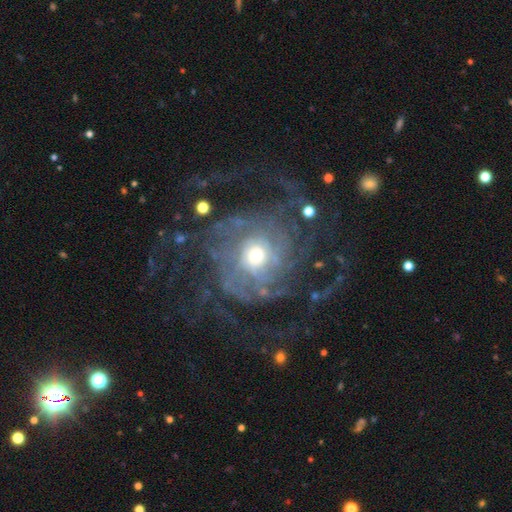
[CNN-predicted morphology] smooth-or-featured: featured or disk: 87% | star or artifact: 7% | smooth: 6%
  disk-edge-on: no: 97% | yes: 3%
    bar: no: 78% | weak: 17% | strong: 5%
    has-spiral-arms: yes: 93% | no: 7%
      spiral-winding: tight: 44% | medium: 35% | loose: 22%
      spiral-arm-count: can't tell: 29% | 4: 16% | 3: 16% | more than 4: 15% | 2: 14% | 1: 9%
    bulge-size: moderate: 60% | small: 24% | large: 13% | dominant: 2% | none: 1%
  merging: none: 60% | major disturbance: 25% | minor disturbance: 13% | merger: 2%